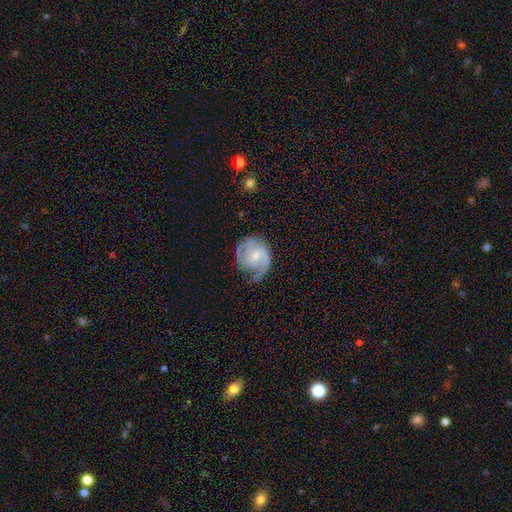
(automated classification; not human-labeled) Overall: featured or disk (79%). Edge-on disk: no (98%). Bar: no (52%; weak 42%). Spiral arms: yes (95%). Spiral arm count: 2 (52%; 1 15%). Spiral winding: medium (46%; tight 34%). Bulge size: small (53%; moderate 40%). Merging: none (56%; minor disturbance 26%).